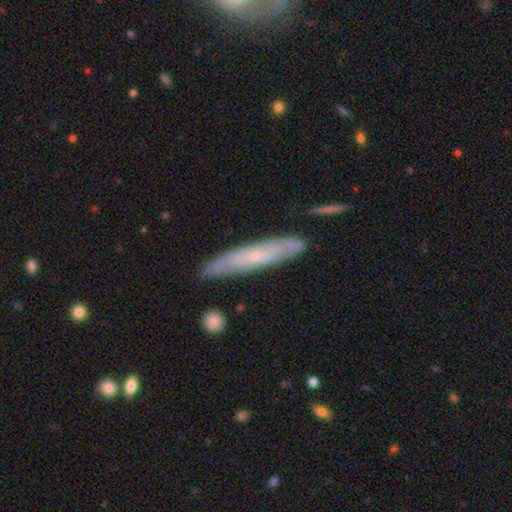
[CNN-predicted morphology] type=featured or disk (56%); edge-on=yes (60%); merging=none (81%).